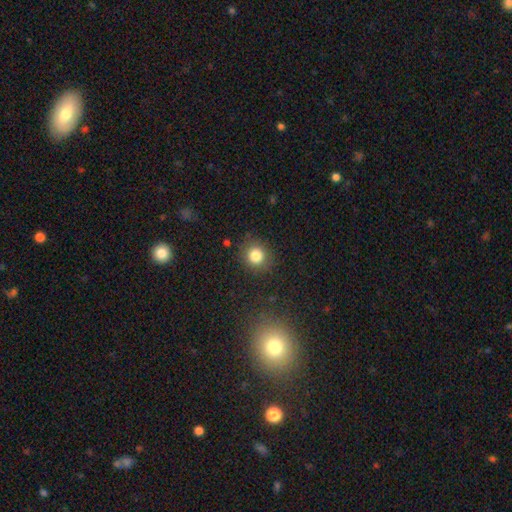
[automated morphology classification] Smooth or featured? smooth (82%)
How rounded? round (85%)
Merging? none (86%)